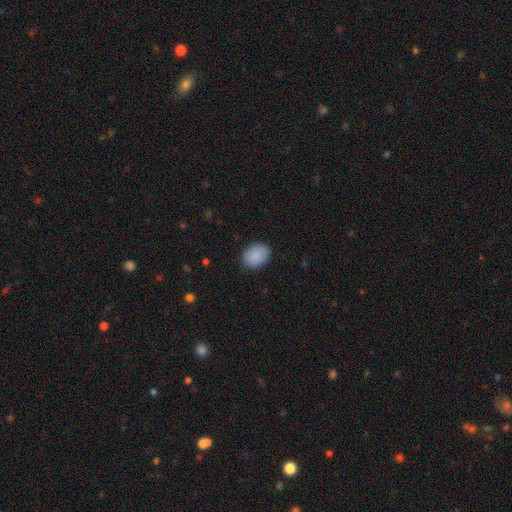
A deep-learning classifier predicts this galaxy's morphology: The model was most divided on "how rounded": in between: 64%, round: 35%, cigar-shaped: 1%. More confident: smooth or featured — smooth (89%); merging — none (87%).